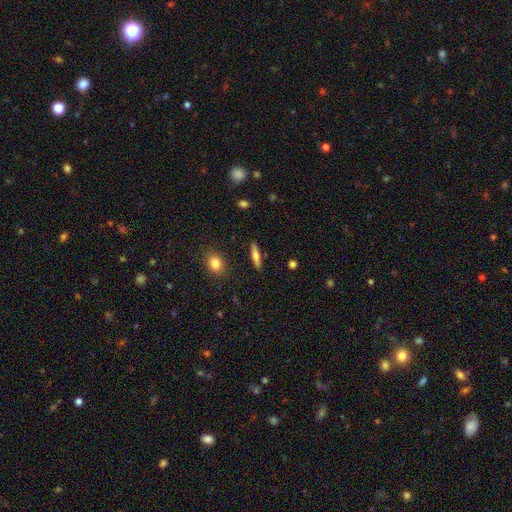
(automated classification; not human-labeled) A smooth galaxy with no disk features (54%) that is cigar-shaped (77%).

Vote fractions:
- Smooth or featured? smooth: 54% / featured or disk: 39% / star or artifact: 7%
- How rounded? cigar-shaped: 77% / in between: 20% / round: 3%
- Merging? none: 88% / minor disturbance: 8% / major disturbance: 2% / merger: 2%